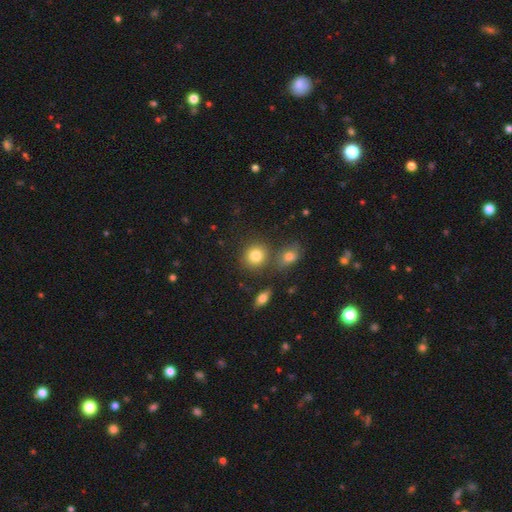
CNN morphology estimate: A smooth galaxy with no disk features (82%) that is round (79%).

Vote fractions:
- Smooth or featured? smooth: 82% / star or artifact: 10% / featured or disk: 7%
- How rounded? round: 79% / in between: 19% / cigar-shaped: 1%
- Merging? none: 72% / merger: 14% / minor disturbance: 10% / major disturbance: 4%